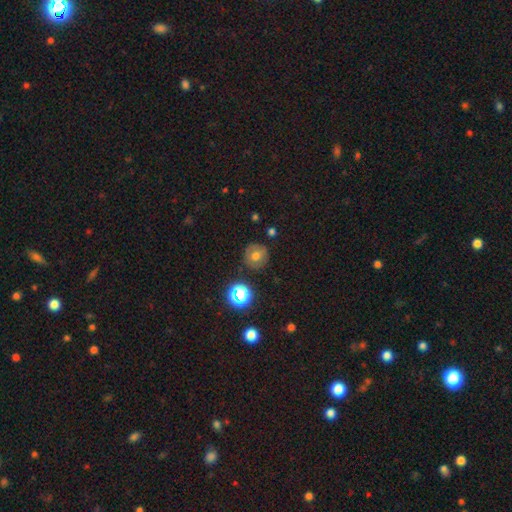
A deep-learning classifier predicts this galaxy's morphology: Q: Smooth or featured?
A: smooth (60%); runner-up: featured or disk (24%)
Q: How rounded?
A: round (92%); runner-up: in between (7%)
Q: Merging?
A: none (83%); runner-up: minor disturbance (11%)